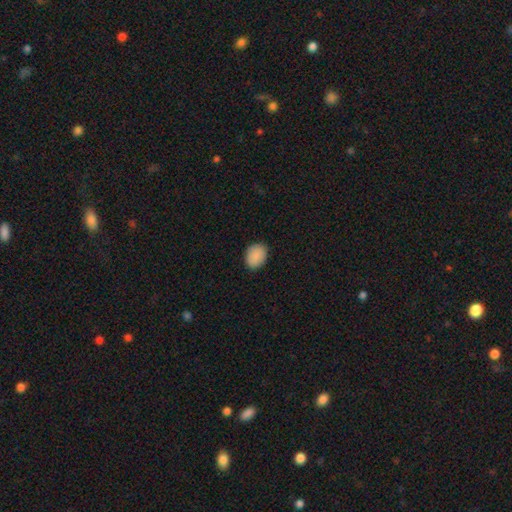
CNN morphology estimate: This appears to be a smooth galaxy with no disk features (89%) that is in between round and cigar-shaped (58%). Merging: none (87%).